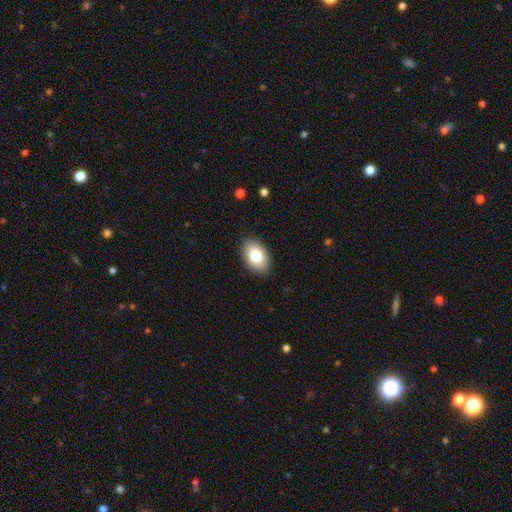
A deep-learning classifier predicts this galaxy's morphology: A smooth galaxy with no disk features (80%) that is in between round and cigar-shaped (91%).

Vote fractions:
- Smooth or featured? smooth: 80% / featured or disk: 12% / star or artifact: 7%
- How rounded? in between: 91% / round: 8% / cigar-shaped: 1%
- Merging? none: 89% / minor disturbance: 8% / major disturbance: 2% / merger: 1%